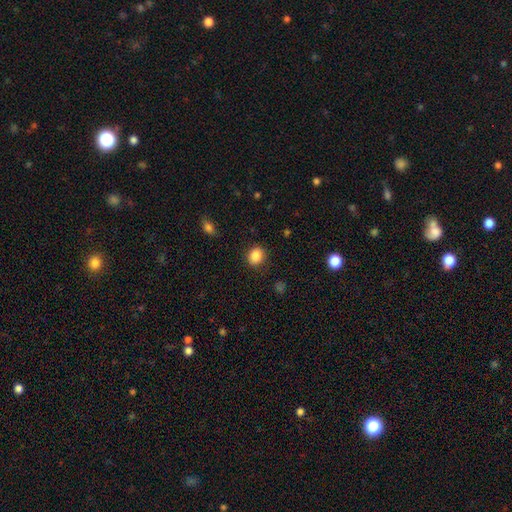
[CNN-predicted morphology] smooth_or_featured: smooth (p=0.87) [alt: star or artifact p=0.09]
how_rounded: round (p=0.58) [alt: in between p=0.41]
merging: none (p=0.84) [alt: minor disturbance p=0.11]